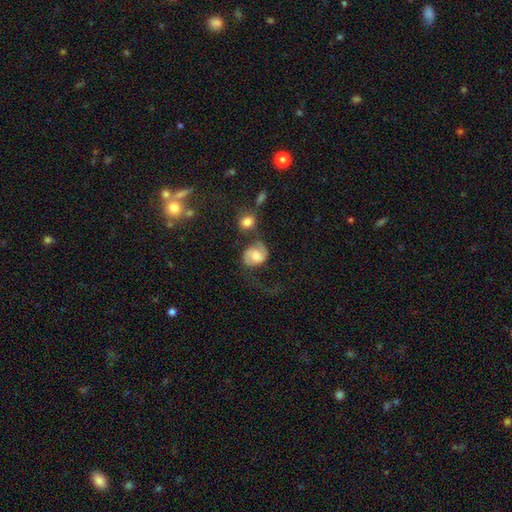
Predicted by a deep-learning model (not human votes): Smooth or featured? featured or disk (50%)
Edge-on disk? no (97%)
Merging? none (38%)